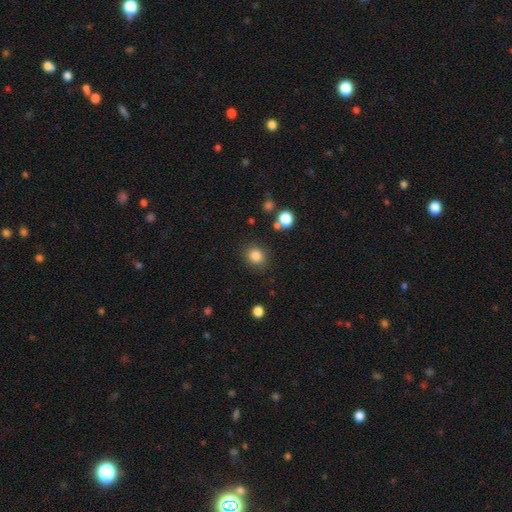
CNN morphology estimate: Smooth or featured?
  - smooth: 84% *
  - star or artifact: 11%
  - featured or disk: 5%
How rounded?
  - round: 76% *
  - in between: 23%
  - cigar-shaped: 1%
Merging?
  - none: 83% *
  - minor disturbance: 10%
  - major disturbance: 4%
  - merger: 3%